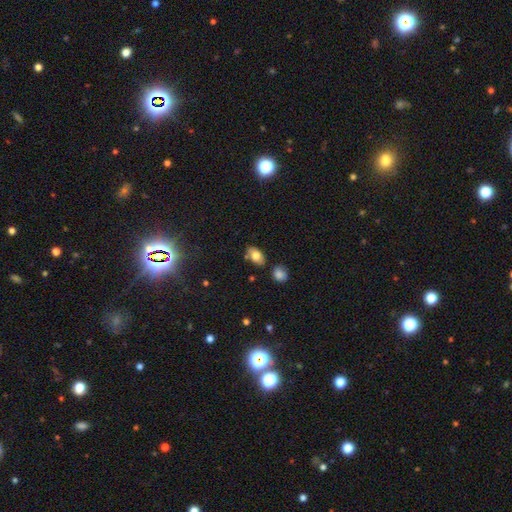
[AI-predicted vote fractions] Q: Smooth or featured?
A: smooth (78%); runner-up: featured or disk (13%)
Q: How rounded?
A: in between (90%); runner-up: round (7%)
Q: Merging?
A: none (77%); runner-up: minor disturbance (13%)